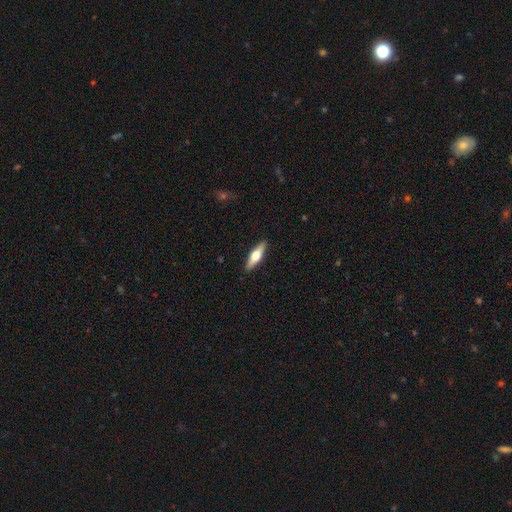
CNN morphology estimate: Smooth or featured? Predicted: featured or disk (p=0.47, tied with smooth). Merging? Predicted: none (p=0.90).